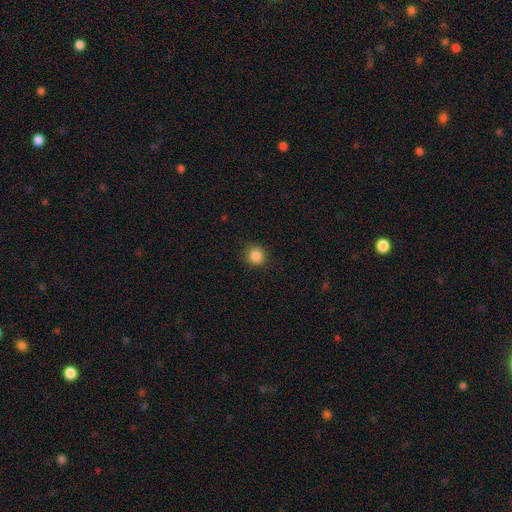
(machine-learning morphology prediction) smooth 86%, star or artifact 11%, featured or disk 3%. Down the decision tree: how rounded — round (92%); merging — none (89%).